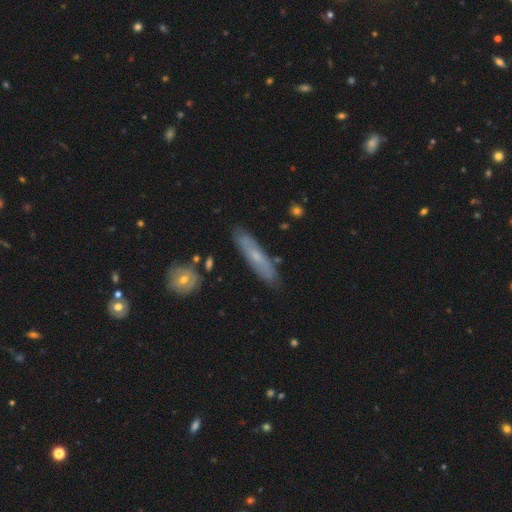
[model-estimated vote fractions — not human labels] This appears to be a featured or disk galaxy (50%) viewed edge-on (54%). Merging: none (83%).